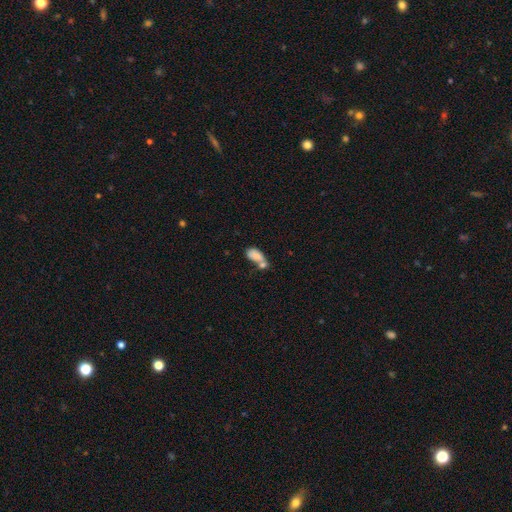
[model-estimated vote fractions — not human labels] Morphology: type=smooth (77%); roundness=in between (89%); merging=merger (58%).